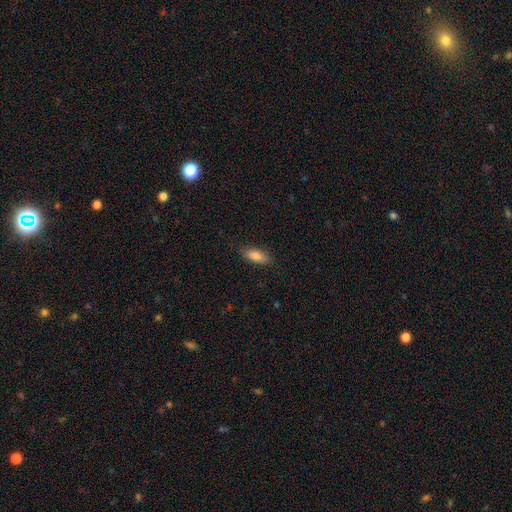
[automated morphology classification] type=smooth (84%); roundness=in between (79%); merging=none (84%).